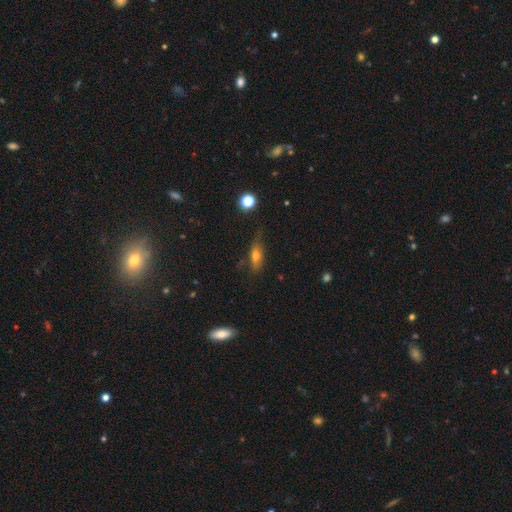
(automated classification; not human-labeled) A smooth galaxy with no disk features (62%) that is in between round and cigar-shaped (63%). Merging: none (63%).